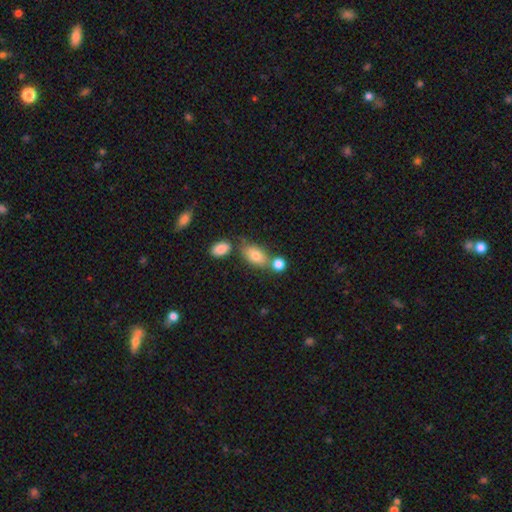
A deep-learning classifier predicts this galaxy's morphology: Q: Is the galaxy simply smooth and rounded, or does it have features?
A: smooth — 77%.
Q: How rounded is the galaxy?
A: in between — 85%.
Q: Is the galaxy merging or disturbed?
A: none — 56%.